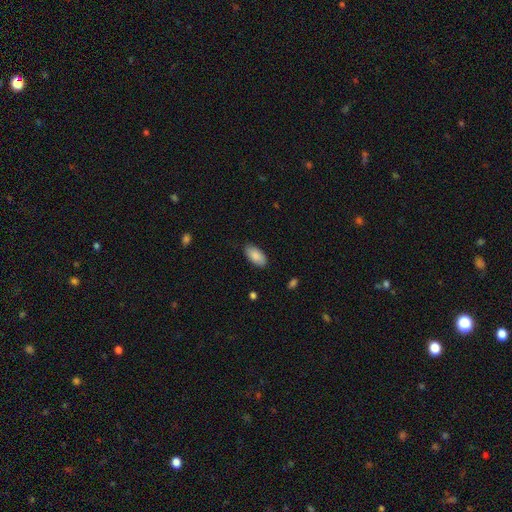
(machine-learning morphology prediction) This appears to be a smooth galaxy with no disk features (88%) that is in between round and cigar-shaped (94%). Merging: none (85%).